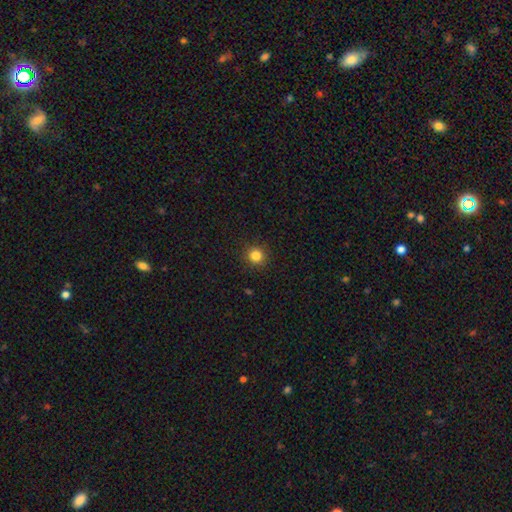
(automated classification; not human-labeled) Morphology: type=smooth (83%); roundness=round (94%); merging=none (91%).